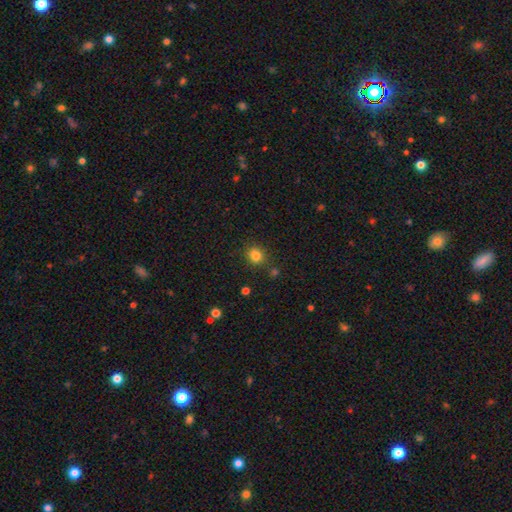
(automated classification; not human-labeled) smooth_or_featured: smooth (p=0.82) [alt: star or artifact p=0.13]
how_rounded: round (p=0.79) [alt: in between p=0.20]
merging: none (p=0.83) [alt: minor disturbance p=0.10]